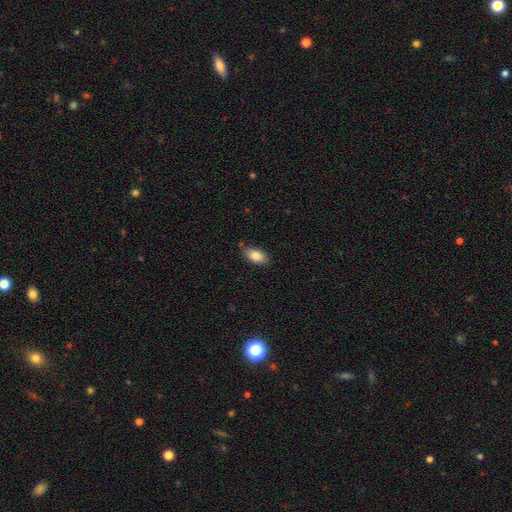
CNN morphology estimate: Overall: smooth (83%). How rounded: in between (92%). Merging: none (82%).